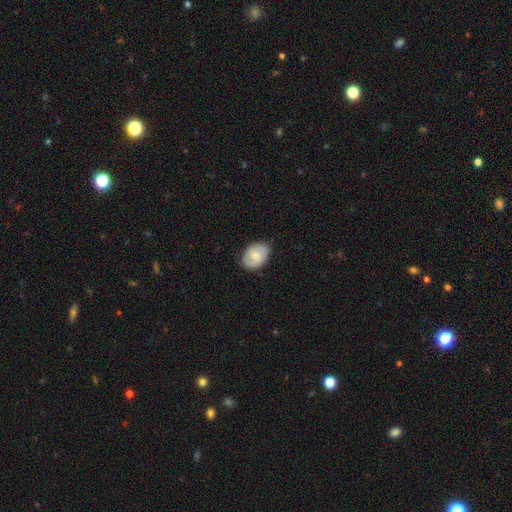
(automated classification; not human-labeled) Smooth or featured? smooth (51%)
How rounded? in between (74%)
Merging? none (80%)